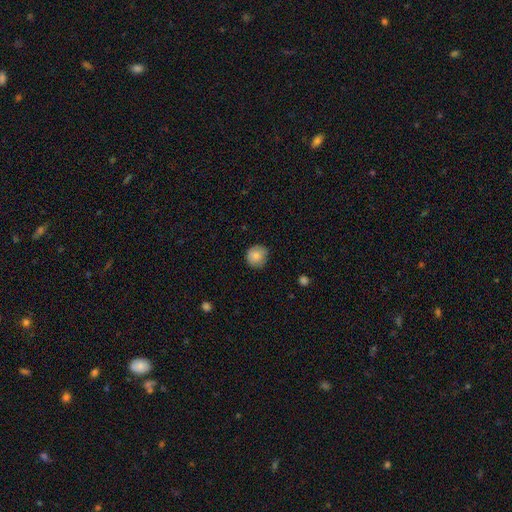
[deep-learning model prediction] smooth_or_featured: smooth (p=0.83) [alt: featured or disk p=0.09]
how_rounded: round (p=0.91) [alt: in between p=0.08]
merging: none (p=0.80) [alt: minor disturbance p=0.16]